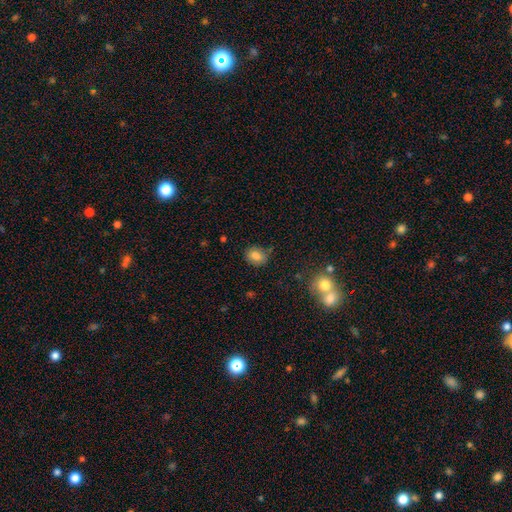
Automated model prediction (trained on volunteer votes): Smooth or featured? Predicted: smooth (p=0.82). How rounded? Predicted: round (p=0.55). Merging? Predicted: none (p=0.78).